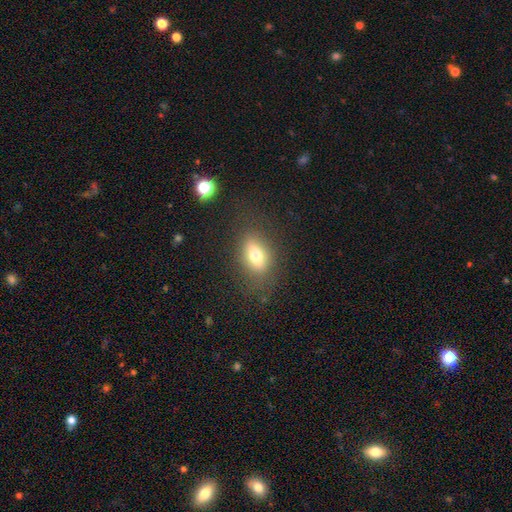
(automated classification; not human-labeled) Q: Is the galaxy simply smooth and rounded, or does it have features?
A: smooth — 71%.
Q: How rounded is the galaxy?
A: in between — 80%.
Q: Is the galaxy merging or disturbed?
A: none — 77%.